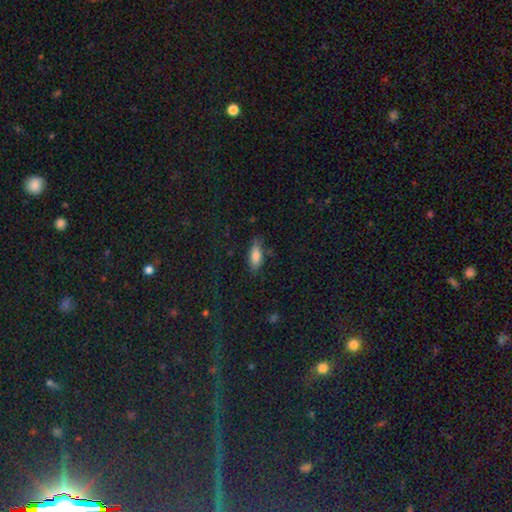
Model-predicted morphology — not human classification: Smooth or featured?
  - smooth: 81% *
  - featured or disk: 10%
  - star or artifact: 9%
How rounded?
  - in between: 75% *
  - cigar-shaped: 22%
  - round: 2%
Merging?
  - none: 73% *
  - minor disturbance: 20%
  - major disturbance: 5%
  - merger: 2%